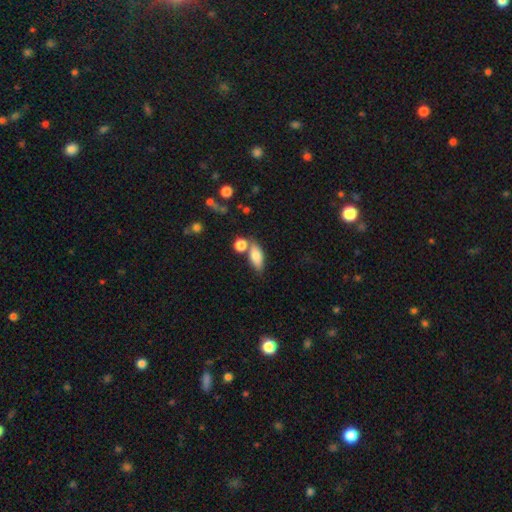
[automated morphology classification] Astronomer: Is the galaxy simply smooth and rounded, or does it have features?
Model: smooth — 80%.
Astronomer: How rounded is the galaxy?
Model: in between — 81%.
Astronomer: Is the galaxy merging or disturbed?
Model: none — 56%.